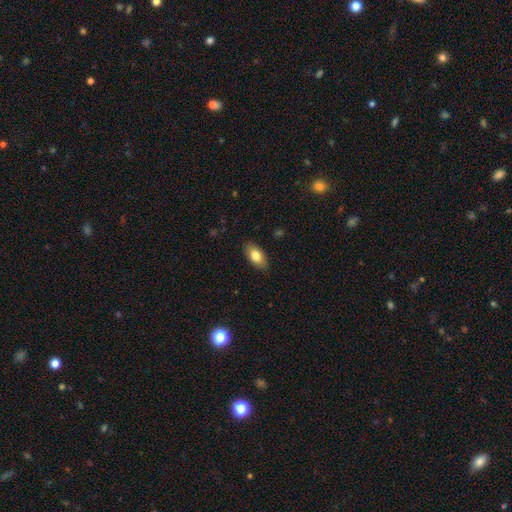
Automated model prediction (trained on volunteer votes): smooth 81%, featured or disk 12%, star or artifact 7%. Down the decision tree: how rounded — in between (91%); merging — none (86%).